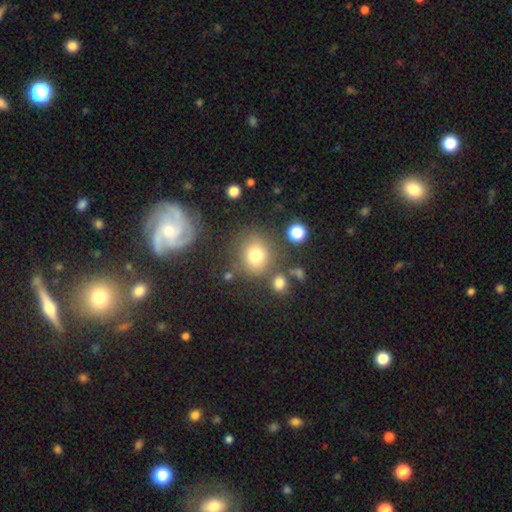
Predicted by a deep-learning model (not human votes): smooth 75%, star or artifact 14%, featured or disk 11%. Down the decision tree: how rounded — round (83%); merging — none (72%).